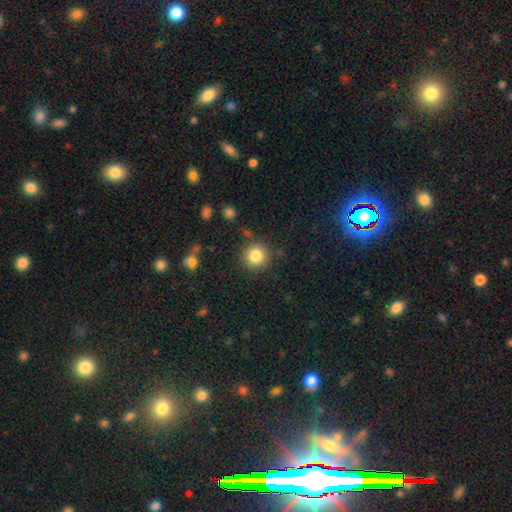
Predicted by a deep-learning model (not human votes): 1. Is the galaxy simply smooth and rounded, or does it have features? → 83% smooth, 10% star or artifact, 6% featured or disk.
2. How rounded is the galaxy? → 93% round, 6% in between, 1% cigar-shaped.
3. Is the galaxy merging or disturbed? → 86% none, 8% minor disturbance, 3% major disturbance, 3% merger.